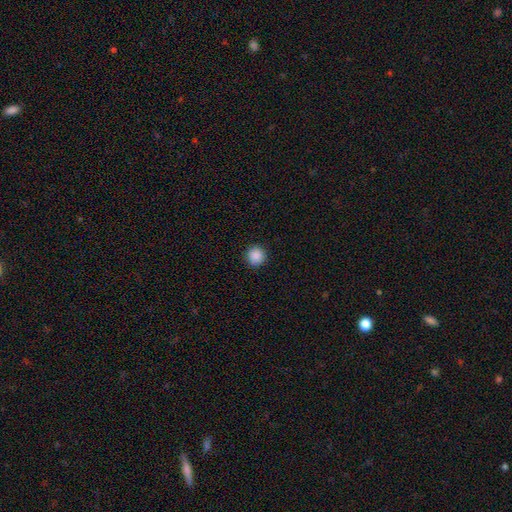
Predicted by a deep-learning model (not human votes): Smooth or featured? Predicted: smooth (p=0.88). How rounded? Predicted: round (p=0.94). Merging? Predicted: none (p=0.92).